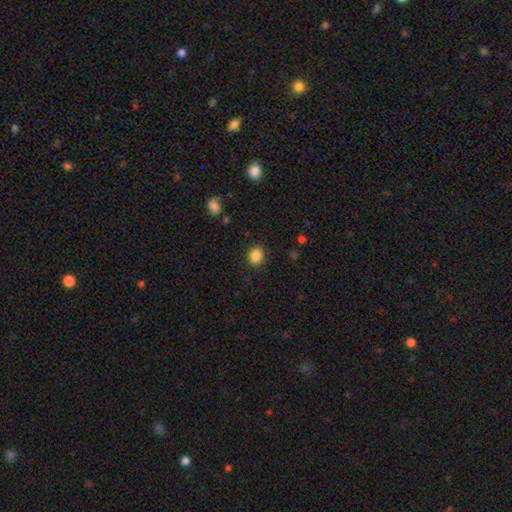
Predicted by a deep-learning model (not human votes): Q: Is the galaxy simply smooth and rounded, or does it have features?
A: smooth — 87%.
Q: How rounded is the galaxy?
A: round — 65%.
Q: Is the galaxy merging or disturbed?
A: none — 87%.